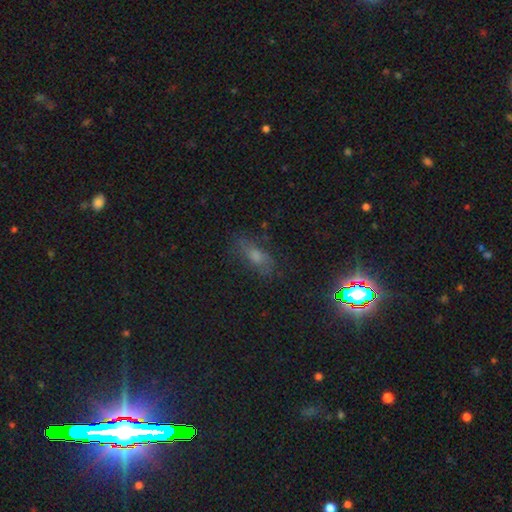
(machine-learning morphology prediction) The model was most divided on "smooth or featured": smooth: 49%, star or artifact: 30%, featured or disk: 21%. More confident: merging — none (72%).